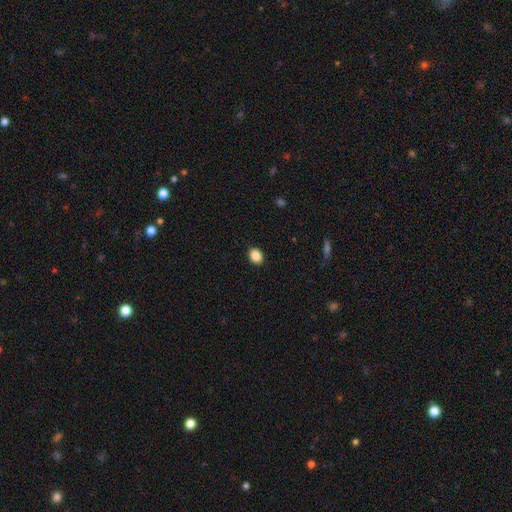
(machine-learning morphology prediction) A smooth galaxy with no disk features (89%) that is in between round and cigar-shaped (58%).

Vote fractions:
- Smooth or featured? smooth: 89% / star or artifact: 9% / featured or disk: 3%
- How rounded? in between: 58% / round: 41% / cigar-shaped: 1%
- Merging? none: 91% / minor disturbance: 6% / major disturbance: 2% / merger: 1%